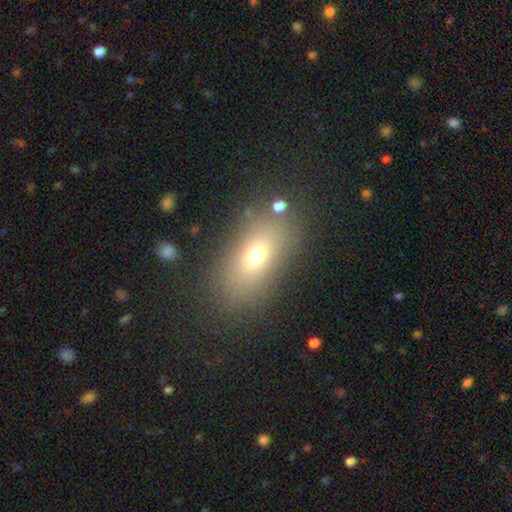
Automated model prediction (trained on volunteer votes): This appears to be a smooth galaxy with no disk features (68%) that is in between round and cigar-shaped (81%). Merging: none (81%).